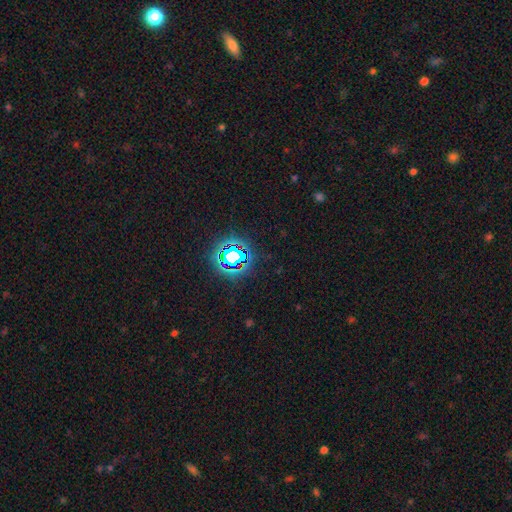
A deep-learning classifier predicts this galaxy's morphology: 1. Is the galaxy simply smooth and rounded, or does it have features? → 78% star or artifact, 15% smooth, 7% featured or disk.